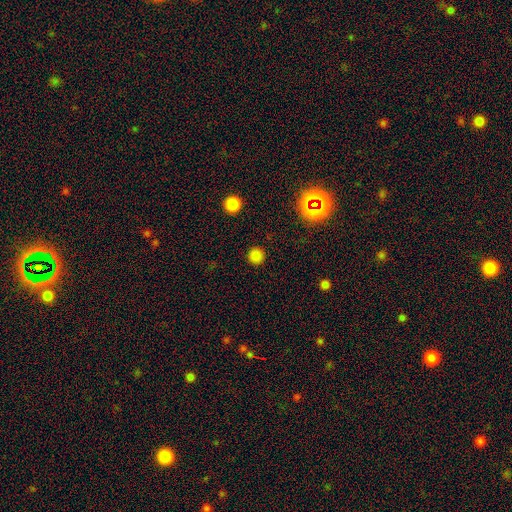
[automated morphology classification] type=smooth (81%); roundness=round (94%); merging=none (91%).